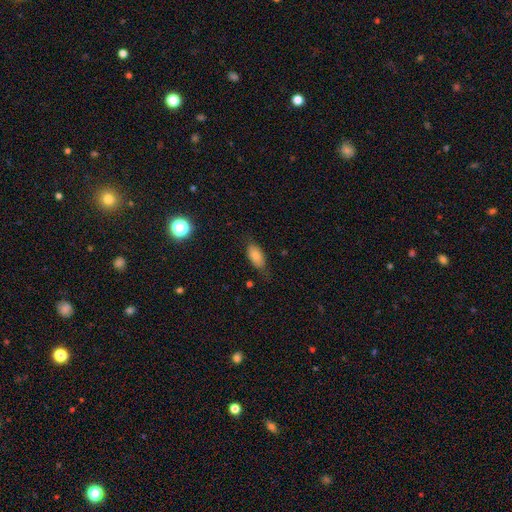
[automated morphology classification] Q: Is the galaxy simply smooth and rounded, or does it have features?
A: smooth — 80%.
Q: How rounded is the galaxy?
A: in between — 90%.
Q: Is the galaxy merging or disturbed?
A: none — 69%.